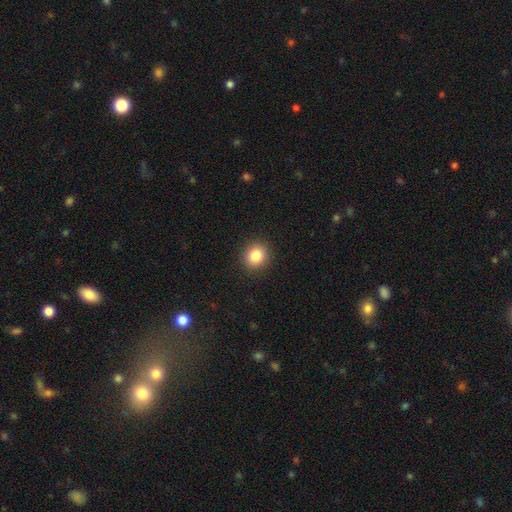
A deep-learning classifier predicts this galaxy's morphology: Q: Smooth or featured?
A: smooth (84%); runner-up: star or artifact (10%)
Q: How rounded?
A: round (85%); runner-up: in between (14%)
Q: Merging?
A: none (91%); runner-up: minor disturbance (6%)